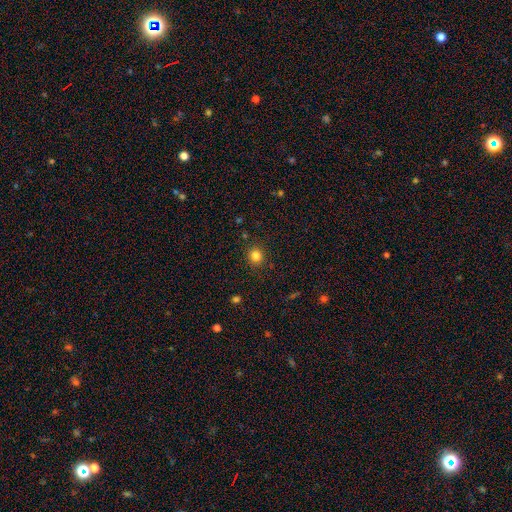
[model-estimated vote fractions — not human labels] Smooth or featured?
  - smooth: 82% *
  - star or artifact: 13%
  - featured or disk: 5%
How rounded?
  - round: 88% *
  - in between: 11%
  - cigar-shaped: 1%
Merging?
  - none: 90% *
  - minor disturbance: 7%
  - major disturbance: 2%
  - merger: 1%